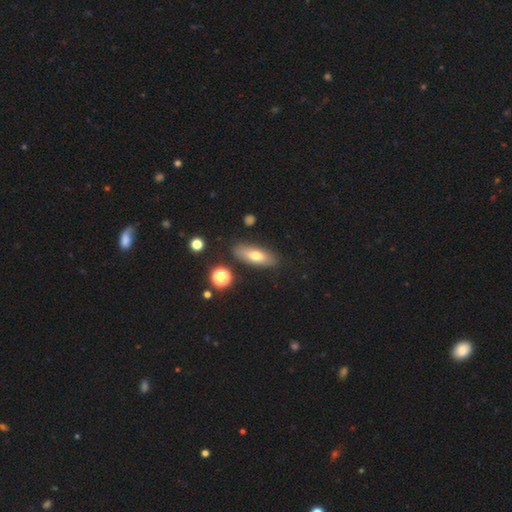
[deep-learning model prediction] This is likely a smooth galaxy (67%). How rounded: likely in between (62%). Merging: clearly none (84%).